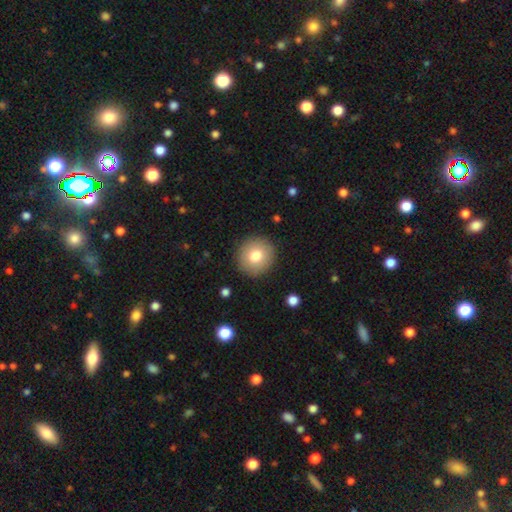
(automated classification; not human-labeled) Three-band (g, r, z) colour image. It shows a smooth galaxy with no disk features (78%) that is round (92%). Merging: none (90%).